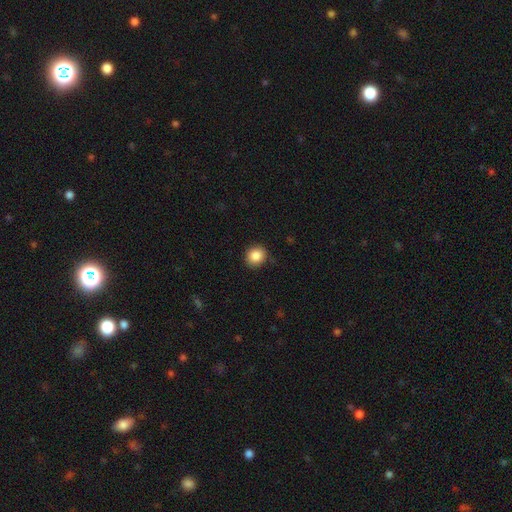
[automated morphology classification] A smooth galaxy with no disk features (87%) that is round (83%). Merging: none (87%).